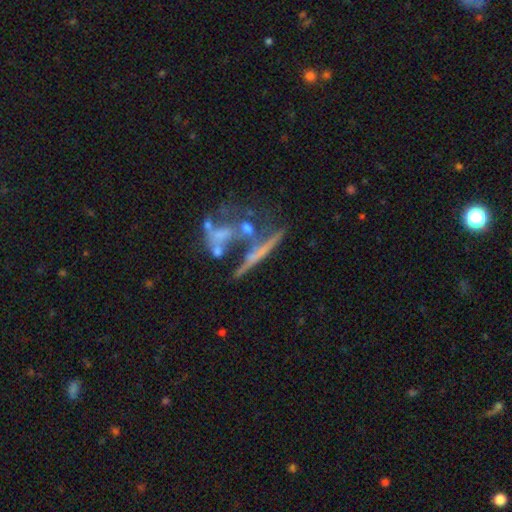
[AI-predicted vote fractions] This appears to be a featured or disk galaxy (61%) viewed edge-on (52%). Merging: merger (36%).